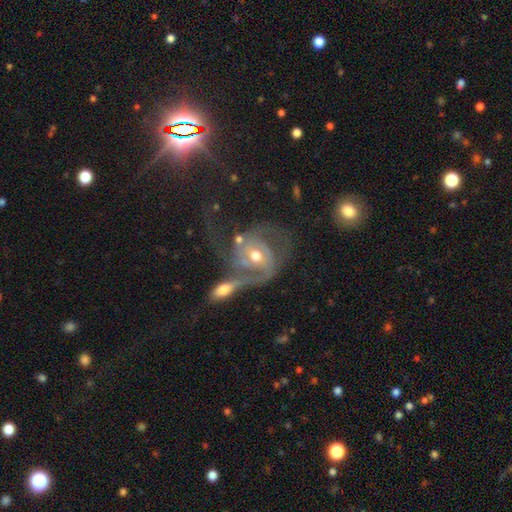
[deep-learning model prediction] Smooth or featured: featured or disk — 84% (smooth — 10%)
Edge-on disk: no — 96% (yes — 4%)
Bar: no — 57% (weak — 33%)
Spiral arms: yes — 92% (no — 8%)
Spiral winding: medium — 44% (tight — 33%)
Spiral arm count: 2 — 66% (can't tell — 15%)
Bulge size: moderate — 72% (small — 19%)
Merging: merger — 39% (none — 26%)